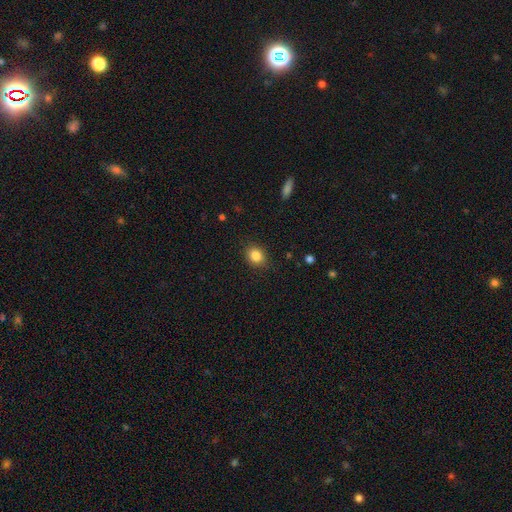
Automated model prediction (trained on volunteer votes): Q: Smooth or featured?
A: smooth (84%); runner-up: star or artifact (10%)
Q: How rounded?
A: round (55%); runner-up: in between (44%)
Q: Merging?
A: none (86%); runner-up: minor disturbance (10%)